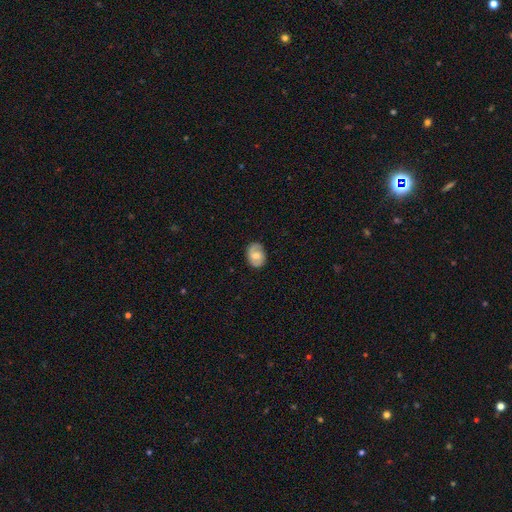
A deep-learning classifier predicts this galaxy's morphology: This appears to be a smooth galaxy with no disk features (50%). Merging: none (81%).